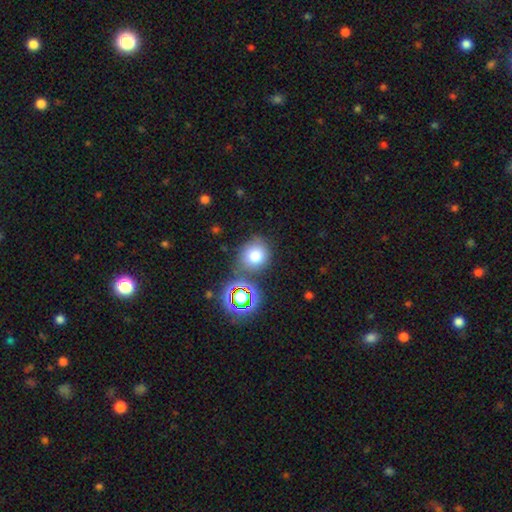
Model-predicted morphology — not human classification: smooth-or-featured: smooth: 73% | star or artifact: 18% | featured or disk: 9%
  how-rounded: round: 81% | in between: 18% | cigar-shaped: 1%
  merging: none: 70% | minor disturbance: 14% | merger: 11% | major disturbance: 5%